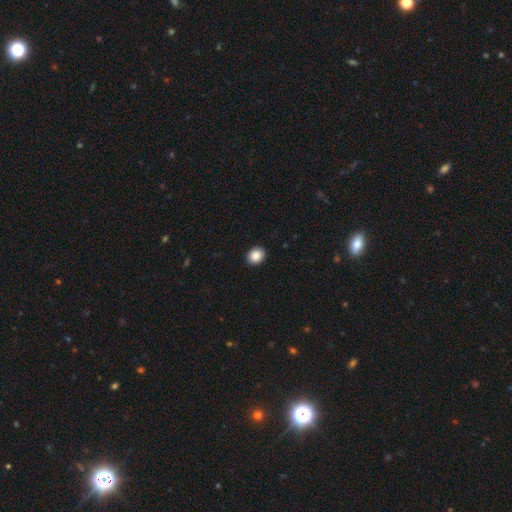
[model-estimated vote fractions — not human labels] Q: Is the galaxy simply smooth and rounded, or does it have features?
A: smooth — 88%.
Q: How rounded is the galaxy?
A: round — 65%.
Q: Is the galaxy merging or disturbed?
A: none — 91%.